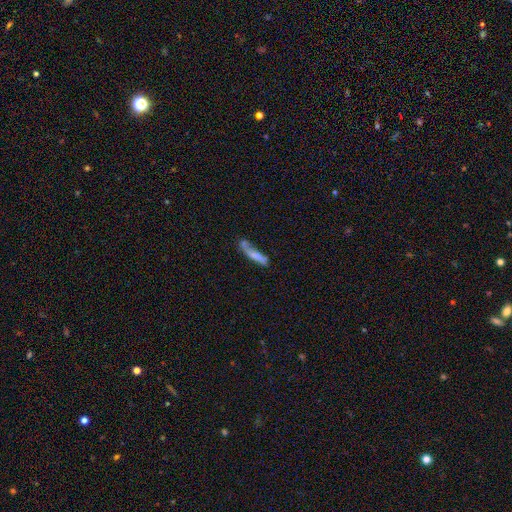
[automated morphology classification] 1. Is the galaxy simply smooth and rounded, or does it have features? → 58% smooth, 35% featured or disk, 8% star or artifact.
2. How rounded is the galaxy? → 79% cigar-shaped, 19% in between, 2% round.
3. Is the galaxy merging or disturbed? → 43% none, 26% minor disturbance, 17% merger, 15% major disturbance.